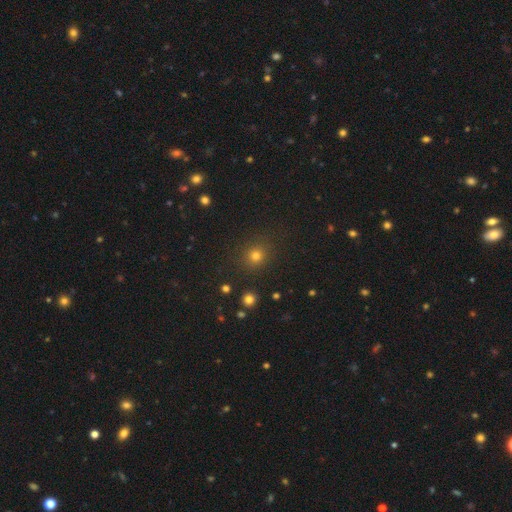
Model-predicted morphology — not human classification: Smooth or featured? smooth (74%)
How rounded? round (87%)
Merging? none (88%)